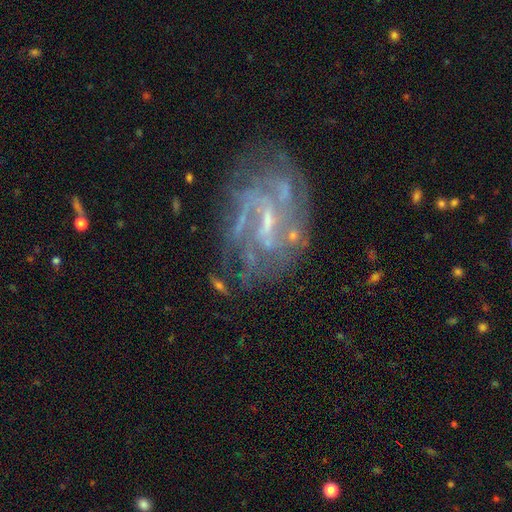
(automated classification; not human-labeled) This appears to be a featured or disk galaxy (84%) with a weak bar (52%), tight (42%) spiral arms (84%) and a small central bulge (58%). Merging: none (60%).